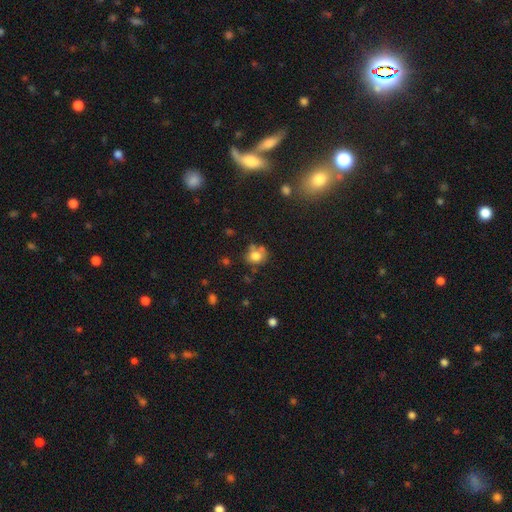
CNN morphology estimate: This is likely a smooth galaxy (77%). How rounded: likely round (67%). Merging: possibly none (57%).